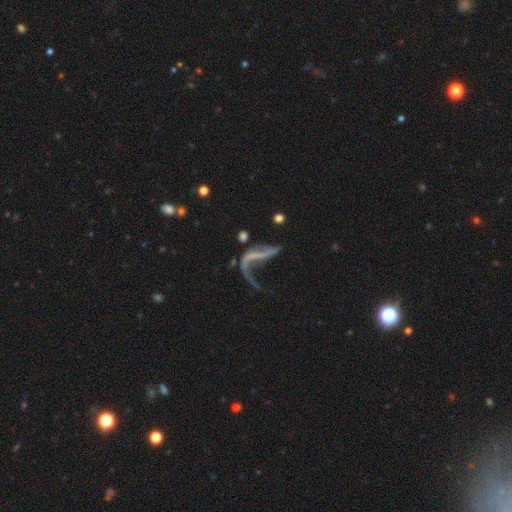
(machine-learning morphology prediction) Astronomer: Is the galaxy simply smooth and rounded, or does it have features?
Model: featured or disk — 76%.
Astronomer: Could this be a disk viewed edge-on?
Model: no — 91%.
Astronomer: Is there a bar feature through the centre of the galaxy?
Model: no — 50% (runner-up: strong, 27%).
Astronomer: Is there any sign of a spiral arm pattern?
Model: yes — 70%.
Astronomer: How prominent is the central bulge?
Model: none — 65%.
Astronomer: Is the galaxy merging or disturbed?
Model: major disturbance — 45% (runner-up: none, 30%).